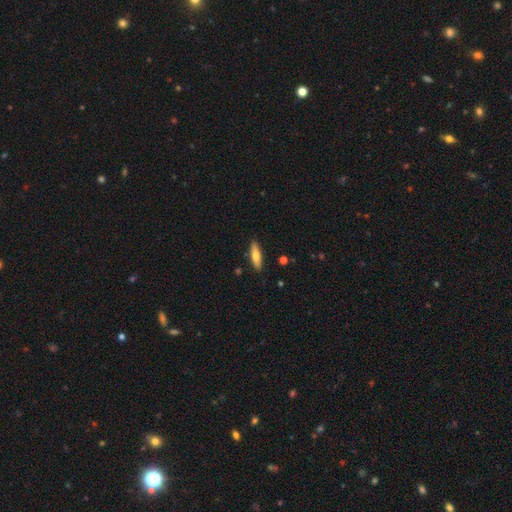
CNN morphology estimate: Smooth or featured: smooth — 68% (featured or disk — 26%)
How rounded: cigar-shaped — 61% (in between — 37%)
Merging: none — 88% (minor disturbance — 9%)